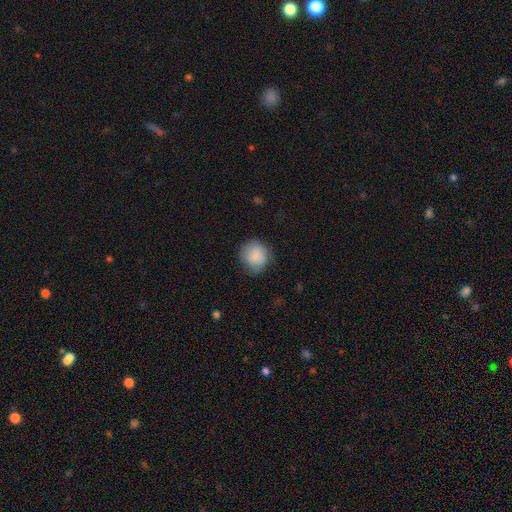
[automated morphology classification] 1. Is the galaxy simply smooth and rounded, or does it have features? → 85% smooth, 8% featured or disk, 7% star or artifact.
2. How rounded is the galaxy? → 84% round, 15% in between, 1% cigar-shaped.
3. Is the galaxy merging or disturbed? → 67% none, 25% minor disturbance, 7% major disturbance, 1% merger.